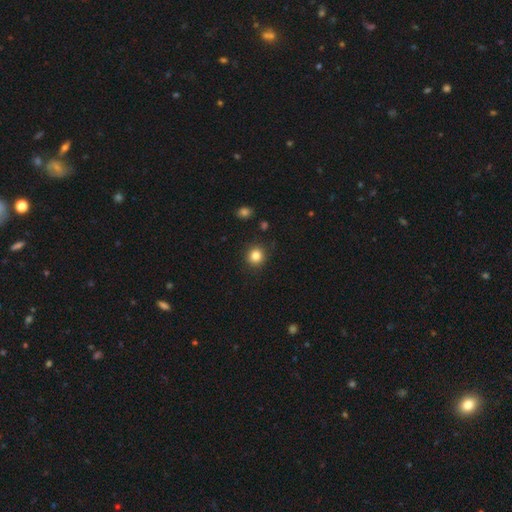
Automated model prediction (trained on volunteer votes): Overall: smooth (83%). How rounded: round (90%). Merging: none (90%).